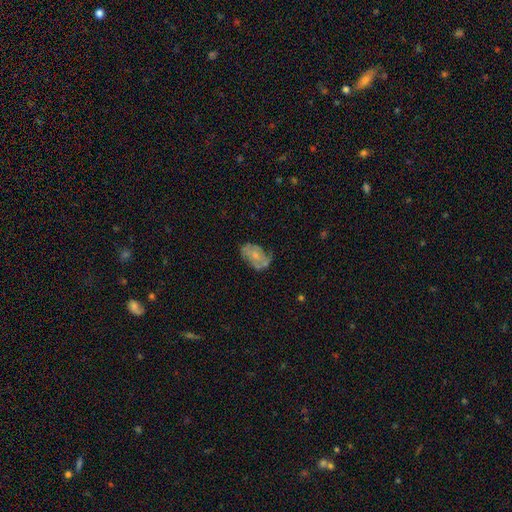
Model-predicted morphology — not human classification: Smooth or featured? featured or disk (57%)
Edge-on disk? no (97%)
Bar? no (77%)
Spiral arms? yes (66%)
Bulge size? small (54%)
Merging? none (53%)